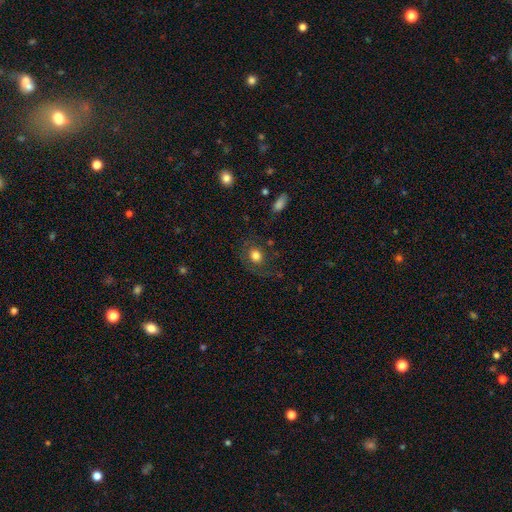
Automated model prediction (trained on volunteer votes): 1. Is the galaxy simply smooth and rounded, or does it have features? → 75% smooth, 14% featured or disk, 11% star or artifact.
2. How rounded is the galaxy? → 68% round, 31% in between, 1% cigar-shaped.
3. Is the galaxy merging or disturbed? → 66% none, 17% minor disturbance, 14% major disturbance, 3% merger.